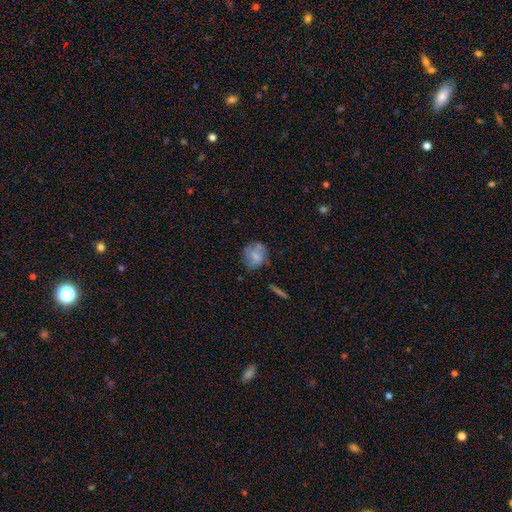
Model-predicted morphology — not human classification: This is possibly a smooth galaxy (57%). How rounded: likely round (75%). Merging: likely none (66%).